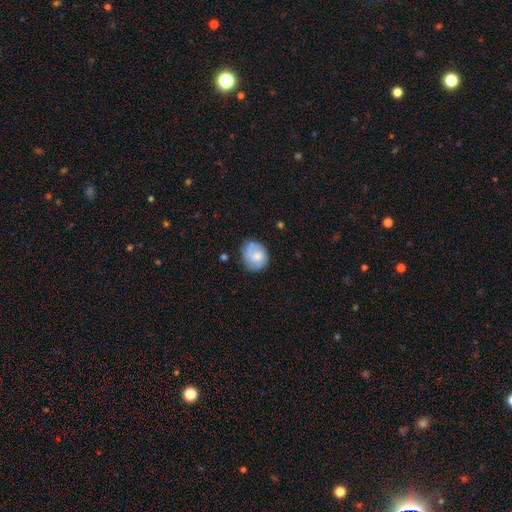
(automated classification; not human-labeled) Smooth or featured? smooth (53%)
How rounded? round (72%)
Merging? none (65%)